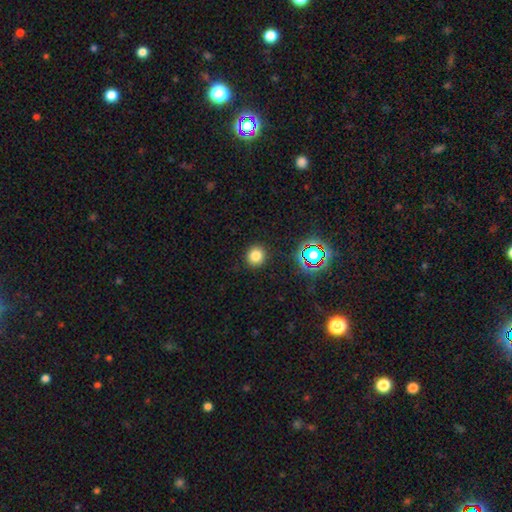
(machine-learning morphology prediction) smooth_or_featured: smooth (p=0.78) [alt: star or artifact p=0.16]
how_rounded: round (p=0.91) [alt: in between p=0.08]
merging: none (p=0.91) [alt: minor disturbance p=0.06]